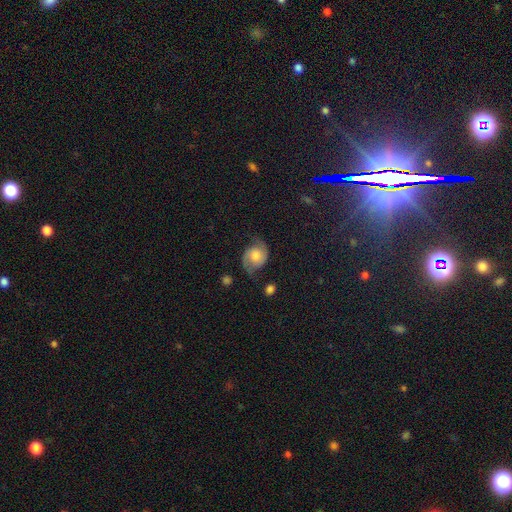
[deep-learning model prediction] Morphology: type=featured or disk (80%); edge-on=no (98%); bar=no (72%); spiral arms=yes (97%); winding=medium (50%); arm count=2 (93%); bulge=moderate (53%); merging=none (73%).